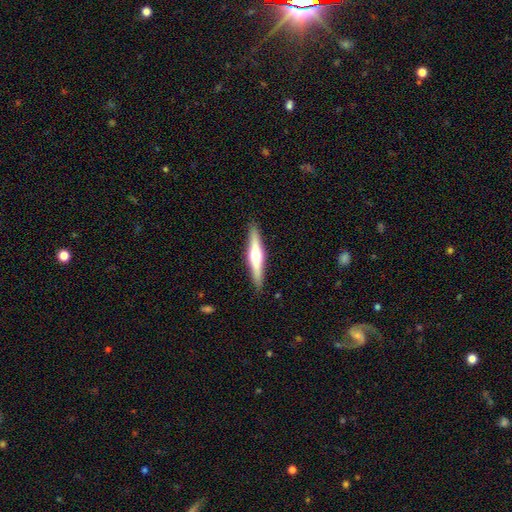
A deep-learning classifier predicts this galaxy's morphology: This appears to be a featured or disk galaxy (63%) viewed edge-on (97%) with a rounded central bulge (91%). Merging: none (90%).